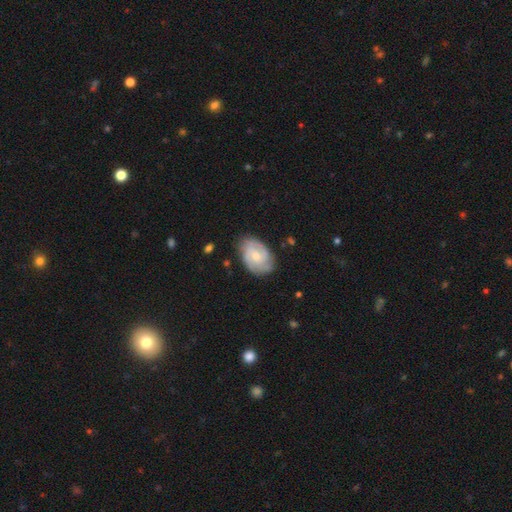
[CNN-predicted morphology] type=featured or disk (73%); edge-on=no (97%); bar=no (60%); spiral arms=yes (93%); winding=tight (56%); arm count=2 (37%); bulge=small (50%); merging=none (77%).